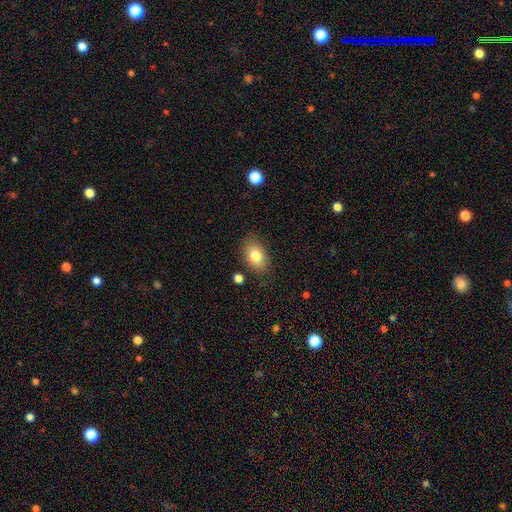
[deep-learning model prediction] A smooth galaxy with no disk features (80%) that is in between round and cigar-shaped (80%).

Vote fractions:
- Smooth or featured? smooth: 80% / featured or disk: 11% / star or artifact: 9%
- How rounded? in between: 80% / round: 18% / cigar-shaped: 1%
- Merging? none: 81% / minor disturbance: 13% / major disturbance: 3% / merger: 3%